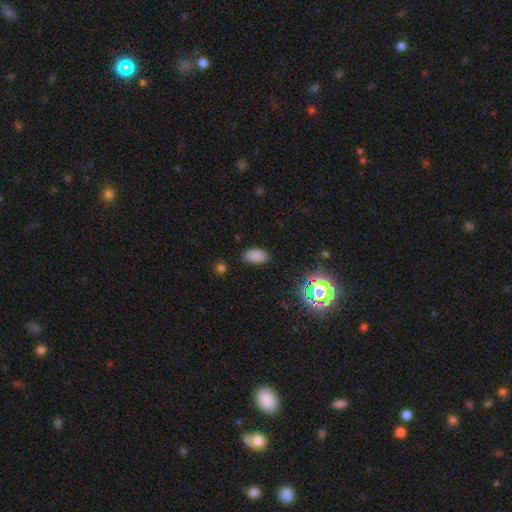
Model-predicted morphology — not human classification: Smooth or featured? smooth (78%)
How rounded? in between (93%)
Merging? none (77%)